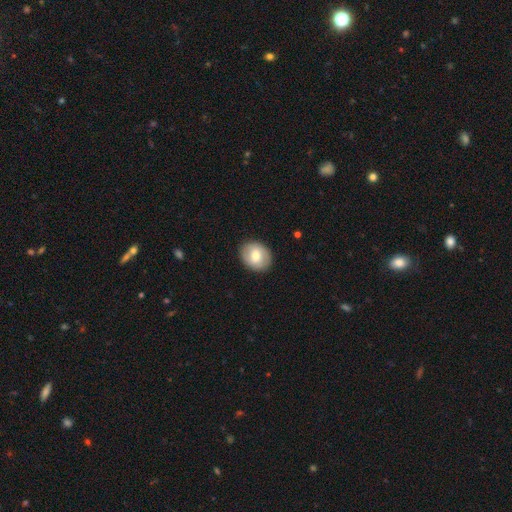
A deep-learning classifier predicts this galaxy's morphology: A smooth galaxy with no disk features (66%) that is round (56%).

Vote fractions:
- Smooth or featured? smooth: 66% / featured or disk: 27% / star or artifact: 7%
- How rounded? round: 56% / in between: 43% / cigar-shaped: 1%
- Merging? none: 88% / minor disturbance: 9% / major disturbance: 2% / merger: 1%